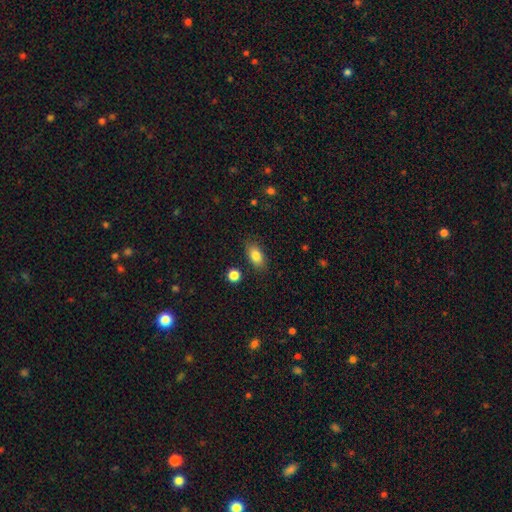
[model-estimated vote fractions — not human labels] A smooth galaxy with no disk features (82%) that is in between round and cigar-shaped (87%). Merging: none (83%).